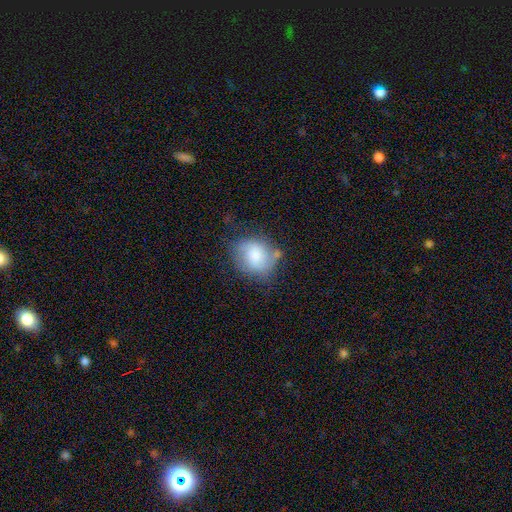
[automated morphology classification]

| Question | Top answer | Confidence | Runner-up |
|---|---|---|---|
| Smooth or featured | smooth | 59% | featured or disk (32%) |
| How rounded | round | 64% | in between (35%) |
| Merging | none | 48% | minor disturbance (31%) |